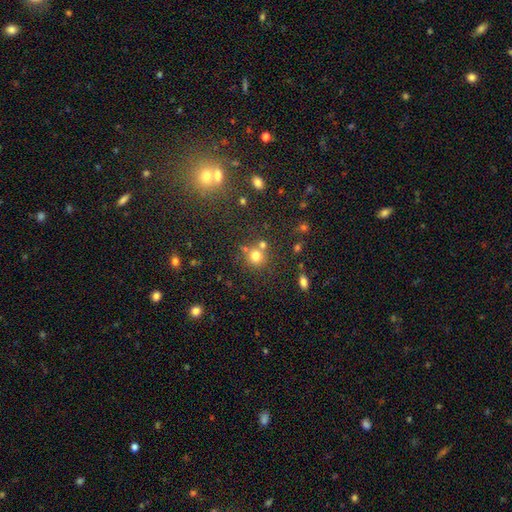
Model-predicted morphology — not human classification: Smooth or featured?
  - smooth: 74% *
  - star or artifact: 17%
  - featured or disk: 9%
How rounded?
  - round: 89% *
  - in between: 10%
  - cigar-shaped: 1%
Merging?
  - none: 64% *
  - merger: 23%
  - minor disturbance: 10%
  - major disturbance: 4%